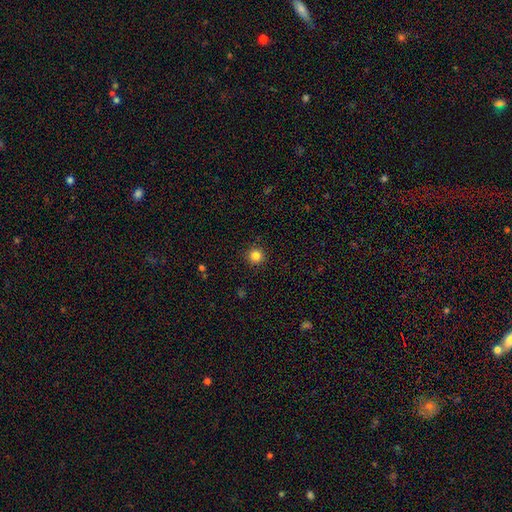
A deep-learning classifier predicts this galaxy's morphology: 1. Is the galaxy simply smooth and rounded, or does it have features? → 84% smooth, 12% star or artifact, 4% featured or disk.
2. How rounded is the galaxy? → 96% round, 3% in between, 1% cigar-shaped.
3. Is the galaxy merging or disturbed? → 93% none, 5% minor disturbance, 2% major disturbance, 1% merger.